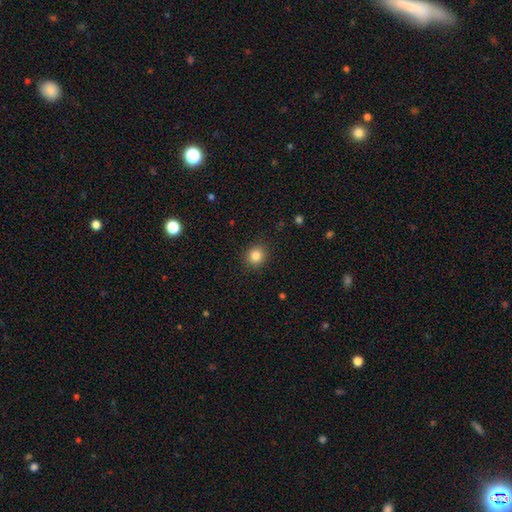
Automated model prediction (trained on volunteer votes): Overall: smooth (85%). How rounded: round (84%). Merging: none (89%).